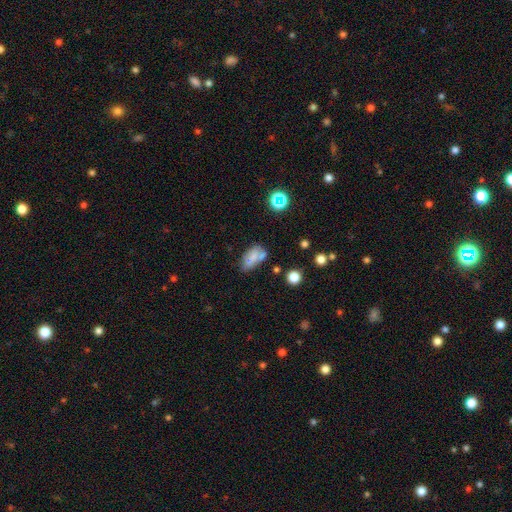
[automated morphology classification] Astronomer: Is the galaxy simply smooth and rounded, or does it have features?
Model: smooth — 62%.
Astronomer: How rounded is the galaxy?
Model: in between — 86%.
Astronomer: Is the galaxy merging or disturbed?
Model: none — 39% (runner-up: merger, 25%).